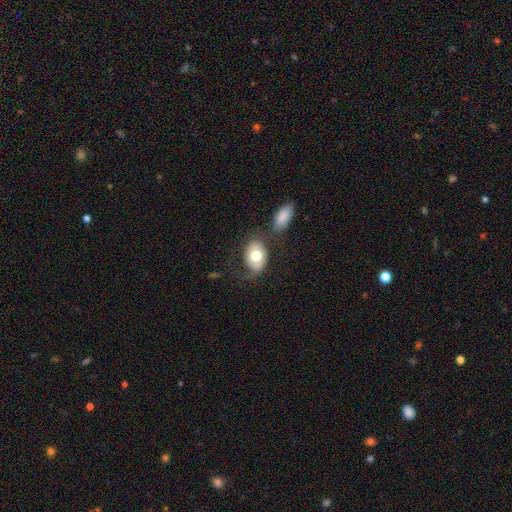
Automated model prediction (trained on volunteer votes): The model was most divided on "merging": none: 45%, minor disturbance: 22%, major disturbance: 19%, merger: 14%. More confident: how rounded — in between (71%); smooth or featured — smooth (62%).